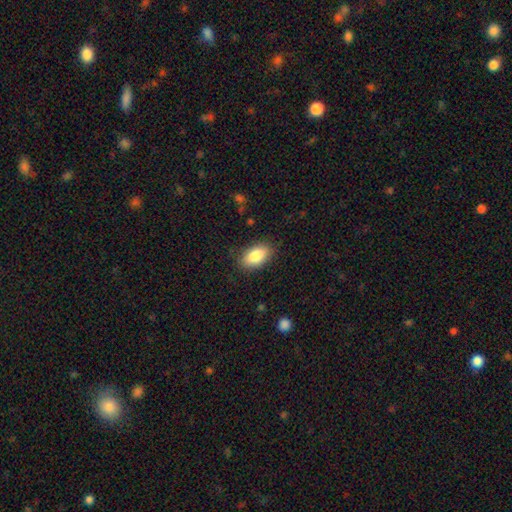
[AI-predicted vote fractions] This is clearly a smooth galaxy (87%). How rounded: clearly in between (93%). Merging: clearly none (84%).